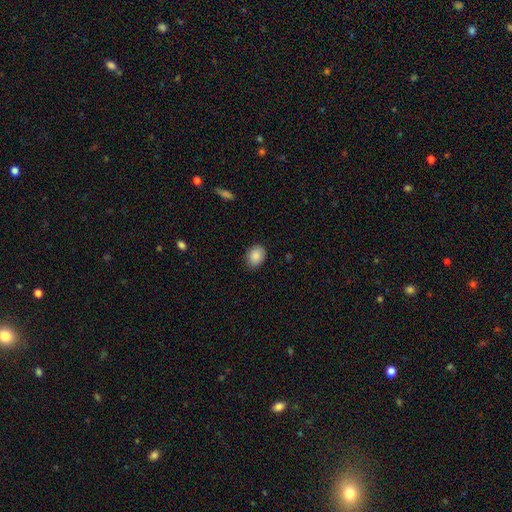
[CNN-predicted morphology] Smooth or featured?
  - smooth: 88% *
  - star or artifact: 8%
  - featured or disk: 4%
How rounded?
  - in between: 63% *
  - round: 36%
  - cigar-shaped: 1%
Merging?
  - none: 83% *
  - minor disturbance: 14%
  - major disturbance: 3%
  - merger: 1%